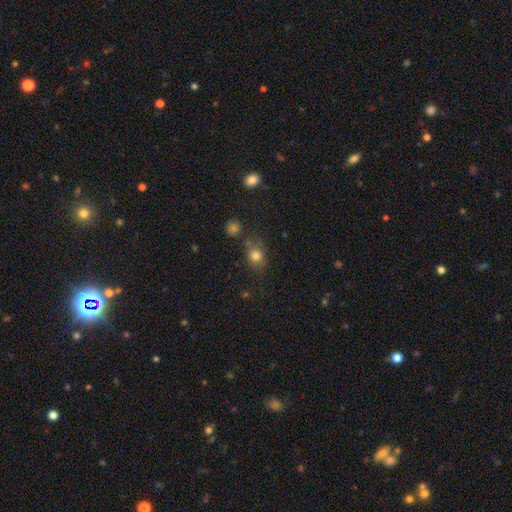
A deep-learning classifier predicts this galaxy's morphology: Smooth or featured? smooth (79%)
How rounded? round (58%)
Merging? none (70%)